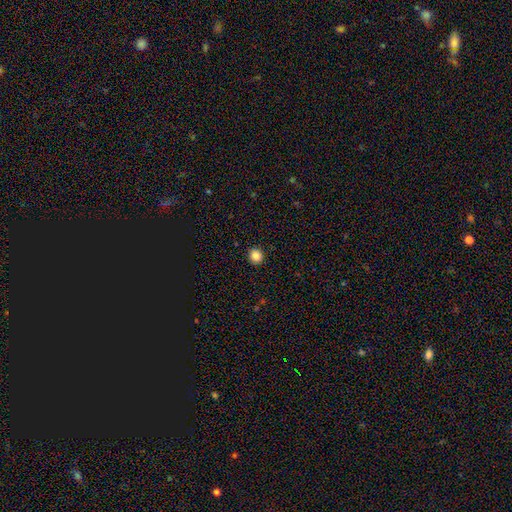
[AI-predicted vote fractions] The model was most divided on "smooth or featured": smooth: 85%, star or artifact: 11%, featured or disk: 4%. More confident: merging — none (93%); how rounded — round (90%).